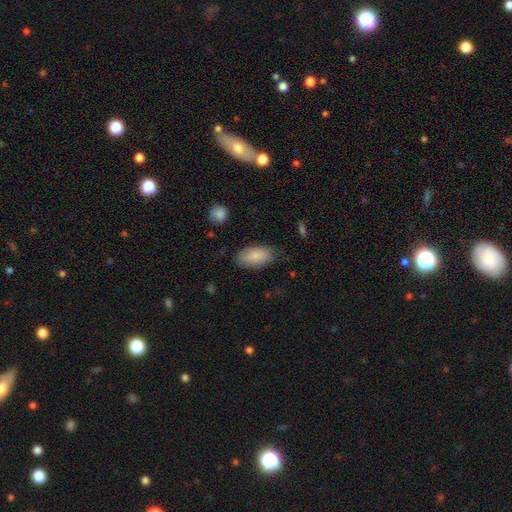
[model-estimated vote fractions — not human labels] Morphology: type=smooth (85%); roundness=in between (93%); merging=none (78%).